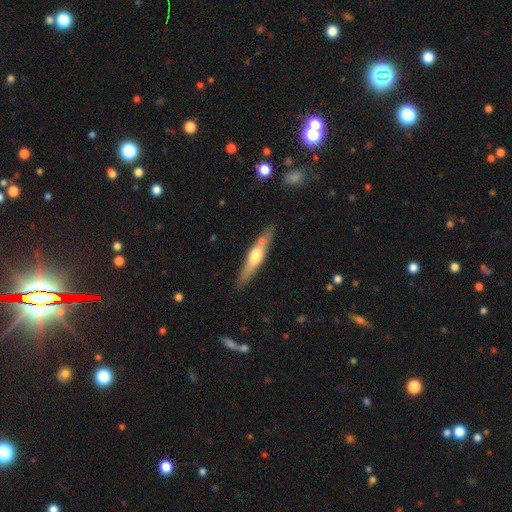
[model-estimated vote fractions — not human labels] A featured or disk galaxy (57%) viewed edge-on (93%) with a rounded central bulge (88%).

Vote fractions:
- Smooth or featured? featured or disk: 57% / smooth: 38% / star or artifact: 5%
- Edge-on disk? yes: 93% / no: 7%
- Edge-on bulge? rounded: 88% / boxy: 7% / none: 5%
- Merging? none: 80% / minor disturbance: 12% / merger: 6% / major disturbance: 3%